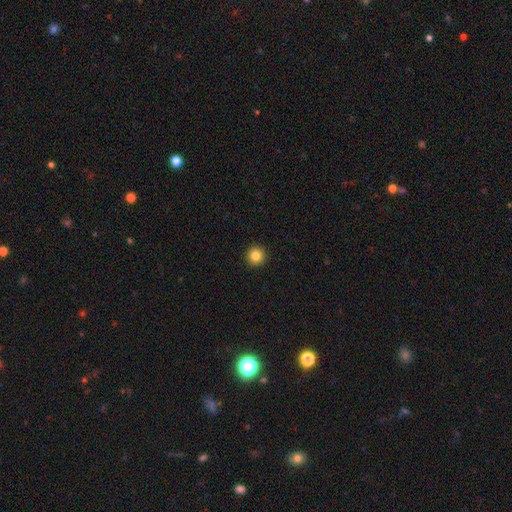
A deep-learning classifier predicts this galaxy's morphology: smooth_or_featured: smooth (p=0.83) [alt: star or artifact p=0.11]
how_rounded: round (p=0.95) [alt: in between p=0.04]
merging: none (p=0.94) [alt: minor disturbance p=0.04]